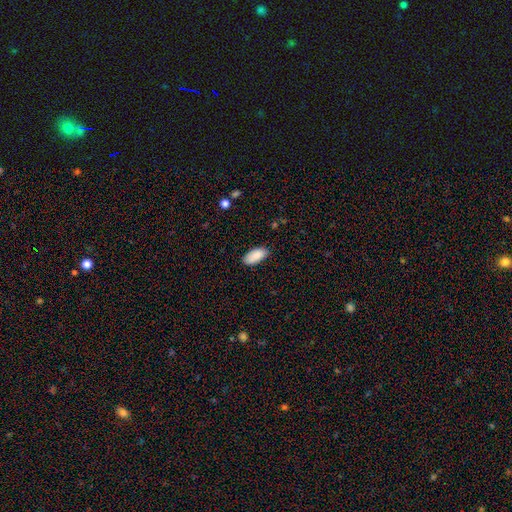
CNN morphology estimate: A smooth galaxy with no disk features (89%) that is in between round and cigar-shaped (93%). Merging: none (83%).